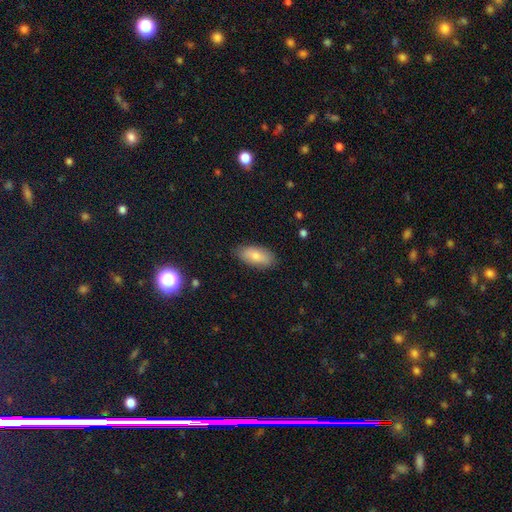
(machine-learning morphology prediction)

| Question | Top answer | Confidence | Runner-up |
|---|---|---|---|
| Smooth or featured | smooth | 78% | featured or disk (15%) |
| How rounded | in between | 90% | cigar-shaped (8%) |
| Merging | none | 83% | minor disturbance (13%) |